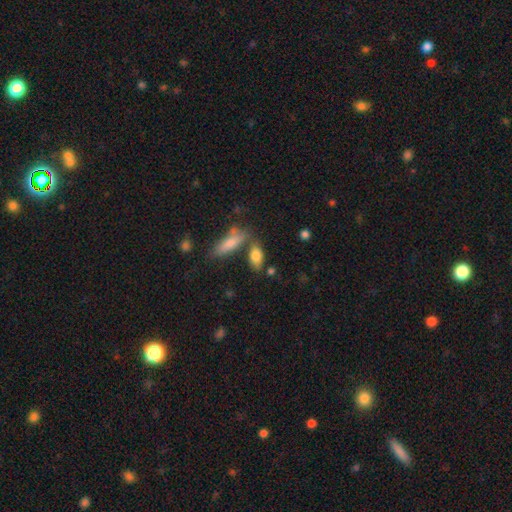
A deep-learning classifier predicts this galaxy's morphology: A smooth galaxy with no disk features (80%) that is in between round and cigar-shaped (81%).

Vote fractions:
- Smooth or featured? smooth: 80% / featured or disk: 12% / star or artifact: 8%
- How rounded? in between: 81% / cigar-shaped: 15% / round: 4%
- Merging? none: 60% / merger: 21% / minor disturbance: 14% / major disturbance: 5%